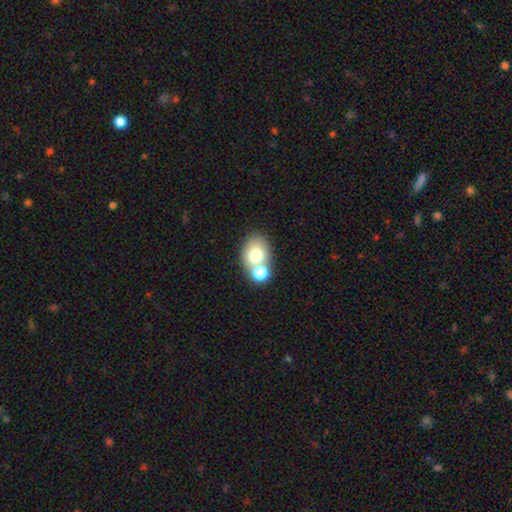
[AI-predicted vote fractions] Overall: smooth (72%). How rounded: in between (64%; round 35%). Merging: merger (47%; none 41%).